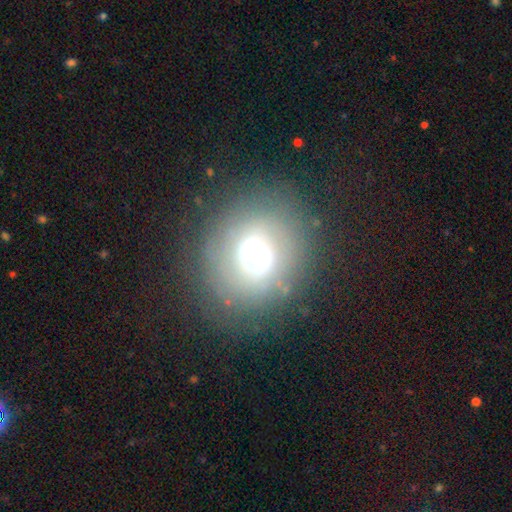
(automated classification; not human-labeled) This is possibly a smooth galaxy (48%). Merging: likely none (76%).